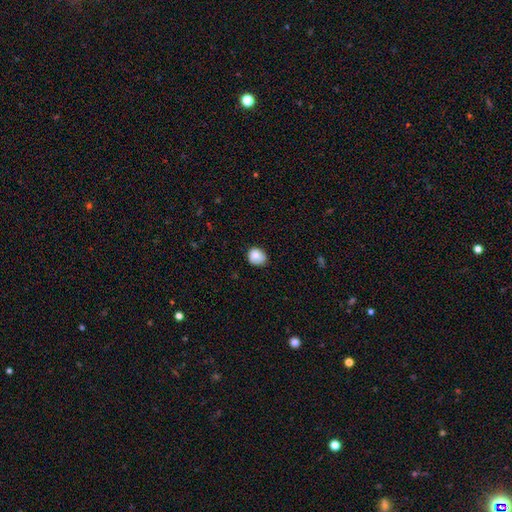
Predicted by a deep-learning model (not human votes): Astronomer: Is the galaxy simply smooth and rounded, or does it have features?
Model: smooth — 82%.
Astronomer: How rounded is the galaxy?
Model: round — 69%.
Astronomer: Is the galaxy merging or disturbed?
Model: none — 70%.